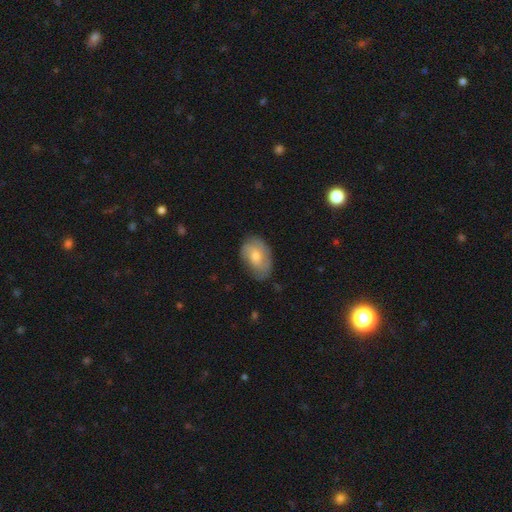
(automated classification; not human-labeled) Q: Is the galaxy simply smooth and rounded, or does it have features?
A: smooth — 52%.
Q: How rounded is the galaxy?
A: in between — 83%.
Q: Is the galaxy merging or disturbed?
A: none — 65%.